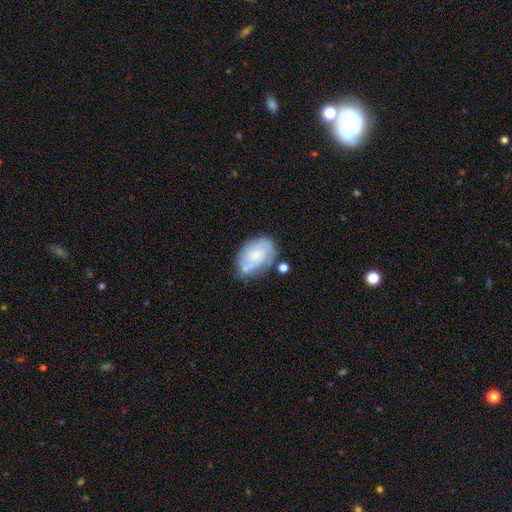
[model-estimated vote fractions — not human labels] Overall: featured or disk (57%; smooth 36%). Edge-on disk: no (97%). Bar: no (75%). Spiral arms: yes (79%). Bulge size: small (52%; moderate 24%). Merging: none (50%; minor disturbance 28%).